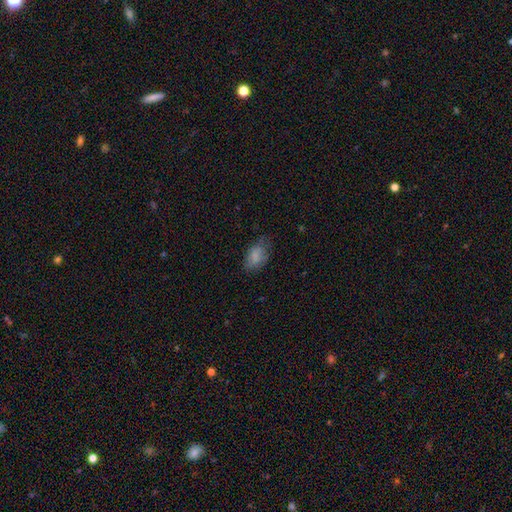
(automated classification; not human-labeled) A smooth galaxy with no disk features (79%) that is in between round and cigar-shaped (89%). Merging: none (58%).